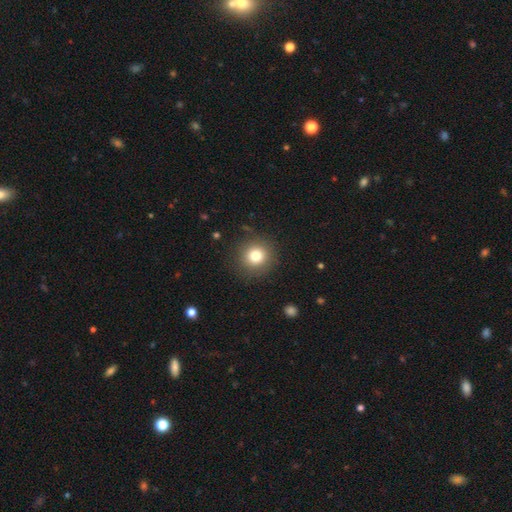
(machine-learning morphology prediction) smooth_or_featured: smooth (p=0.80) [alt: star or artifact p=0.12]
how_rounded: round (p=0.93) [alt: in between p=0.06]
merging: none (p=0.88) [alt: minor disturbance p=0.07]